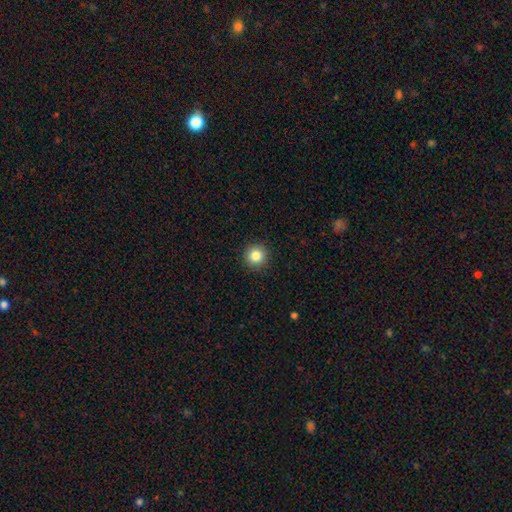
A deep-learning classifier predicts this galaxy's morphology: Smooth or featured?
  - smooth: 84% *
  - star or artifact: 11%
  - featured or disk: 6%
How rounded?
  - round: 95% *
  - in between: 4%
  - cigar-shaped: 1%
Merging?
  - none: 93% *
  - minor disturbance: 5%
  - major disturbance: 2%
  - merger: 1%